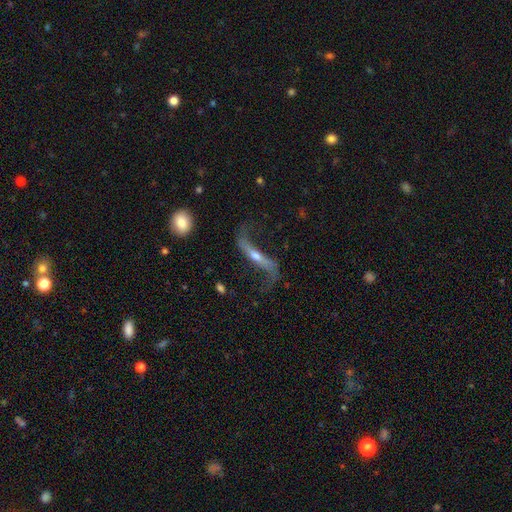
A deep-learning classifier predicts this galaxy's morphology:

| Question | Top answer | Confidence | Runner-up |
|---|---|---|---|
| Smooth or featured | featured or disk | 82% | star or artifact (10%) |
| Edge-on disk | no | 73% | yes (27%) |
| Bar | strong | 37% | no (33%) |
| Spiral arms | yes | 94% | no (6%) |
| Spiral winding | loose | 88% | medium (8%) |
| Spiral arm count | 2 | 92% | 1 (3%) |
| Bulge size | small | 49% | moderate (41%) |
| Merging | none | 71% | minor disturbance (14%) |